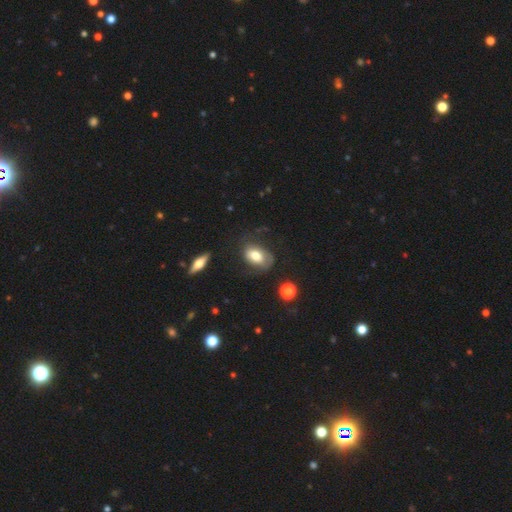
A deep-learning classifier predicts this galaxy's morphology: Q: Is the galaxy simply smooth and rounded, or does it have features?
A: smooth — 68%.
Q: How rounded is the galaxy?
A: in between — 84%.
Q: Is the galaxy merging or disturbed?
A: none — 58%.